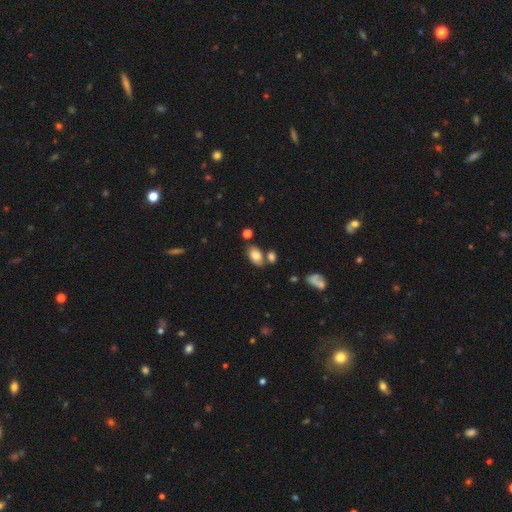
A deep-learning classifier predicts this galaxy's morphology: type=smooth (79%); roundness=in between (90%); merging=none (65%).